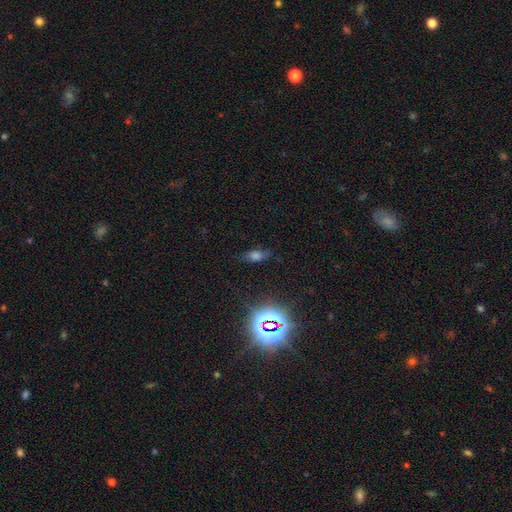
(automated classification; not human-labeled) Smooth or featured: smooth — 54% (star or artifact — 29%)
How rounded: in between — 67% (cigar-shaped — 23%)
Merging: none — 75% (minor disturbance — 17%)